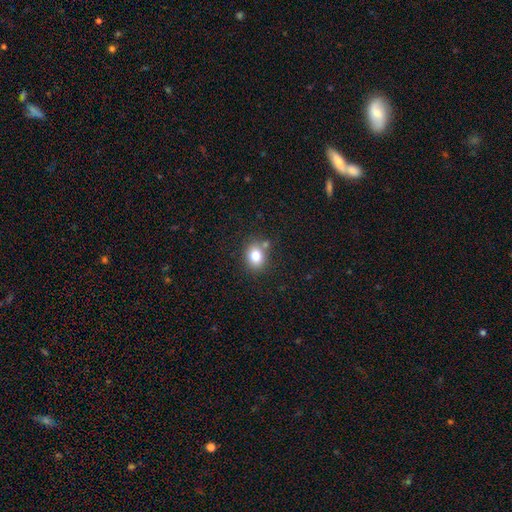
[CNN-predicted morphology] Q: Smooth or featured?
A: smooth (79%); runner-up: star or artifact (11%)
Q: How rounded?
A: round (59%); runner-up: in between (40%)
Q: Merging?
A: none (75%); runner-up: minor disturbance (12%)